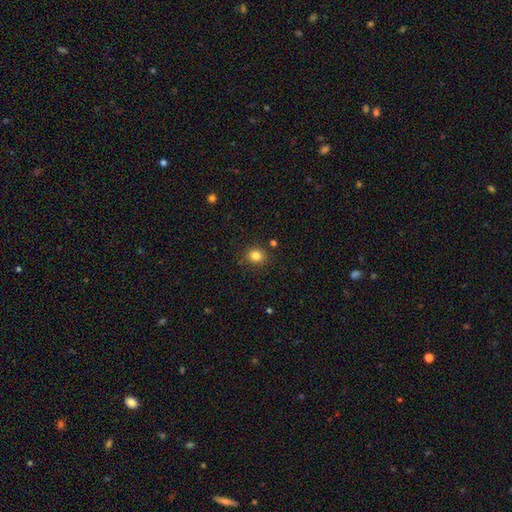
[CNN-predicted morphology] A smooth galaxy with no disk features (82%) that is round (78%).

Vote fractions:
- Smooth or featured? smooth: 82% / star or artifact: 12% / featured or disk: 5%
- How rounded? round: 78% / in between: 22% / cigar-shaped: 1%
- Merging? none: 86% / minor disturbance: 9% / major disturbance: 3% / merger: 2%